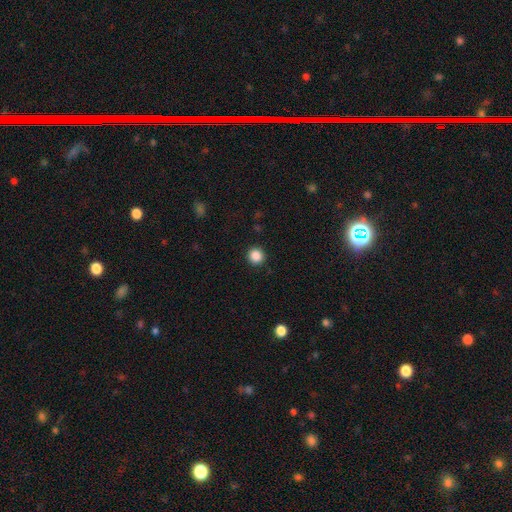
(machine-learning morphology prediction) Overall: smooth (86%). How rounded: round (93%). Merging: none (92%).